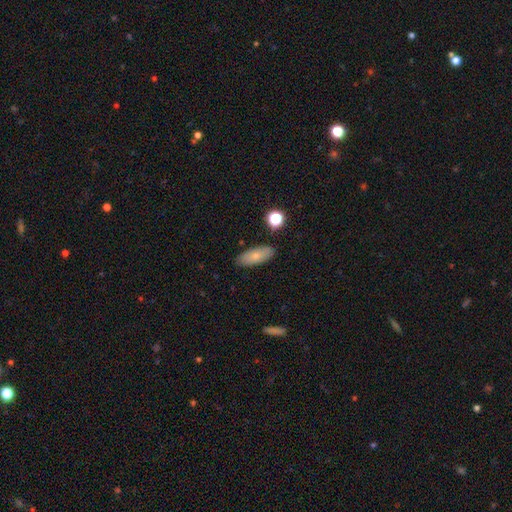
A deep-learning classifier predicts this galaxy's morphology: smooth-or-featured: smooth: 74% | featured or disk: 18% | star or artifact: 8%
  how-rounded: in between: 78% | cigar-shaped: 18% | round: 4%
  merging: none: 85% | minor disturbance: 10% | major disturbance: 2% | merger: 2%